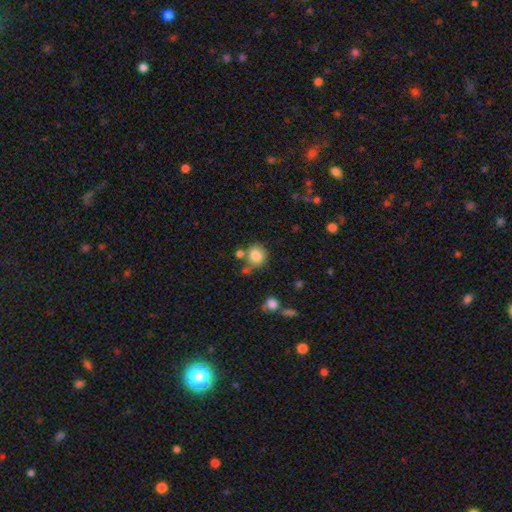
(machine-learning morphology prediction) Smooth or featured? smooth (82%)
How rounded? round (87%)
Merging? none (68%)